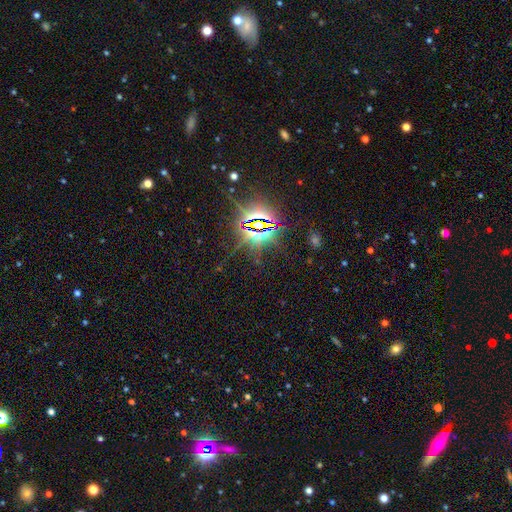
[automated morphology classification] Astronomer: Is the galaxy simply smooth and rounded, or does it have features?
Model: star or artifact — 85%.